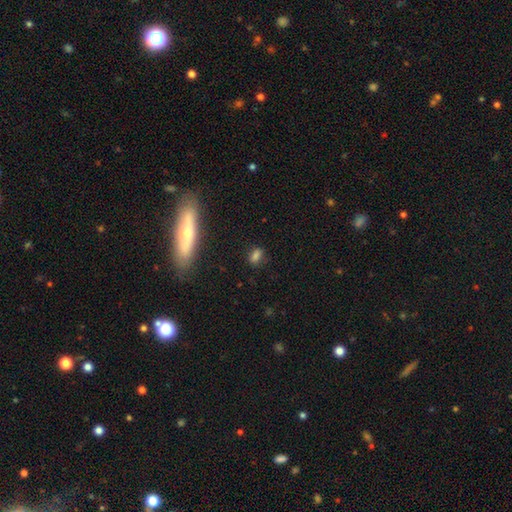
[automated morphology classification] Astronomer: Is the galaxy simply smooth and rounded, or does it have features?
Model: smooth — 75%.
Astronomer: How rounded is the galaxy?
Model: in between — 75%.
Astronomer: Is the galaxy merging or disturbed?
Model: none — 76%.